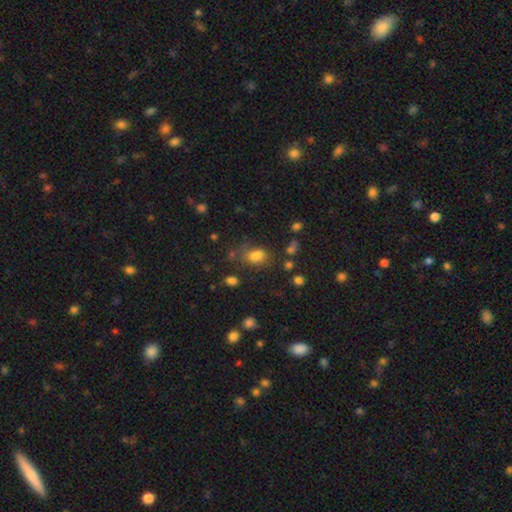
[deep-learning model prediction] This is likely a smooth galaxy (75%). How rounded: likely in between (73%). Merging: possibly none (60%).